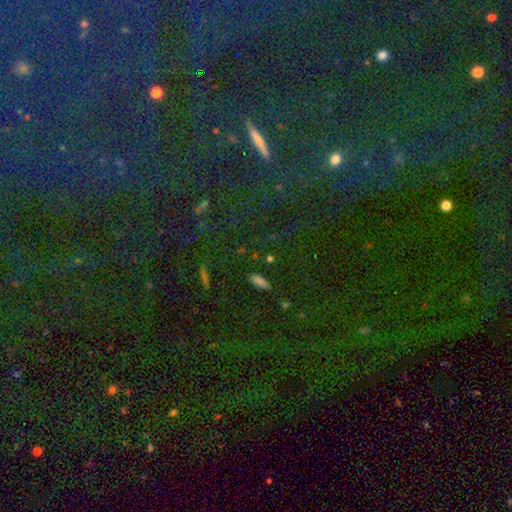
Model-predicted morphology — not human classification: Smooth or featured? star or artifact (76%)